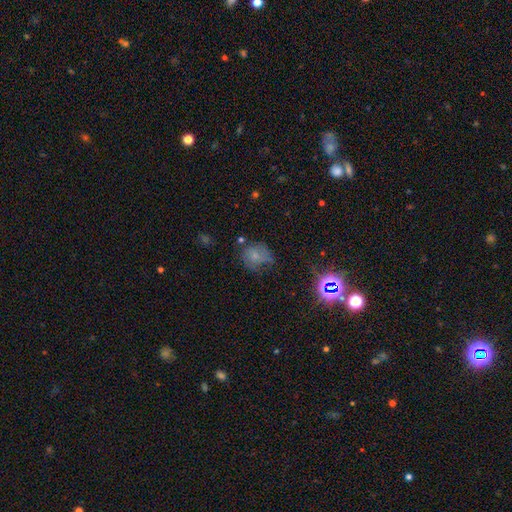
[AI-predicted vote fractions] This appears to be a smooth galaxy with no disk features (59%) that is round (66%). Merging: none (46%).